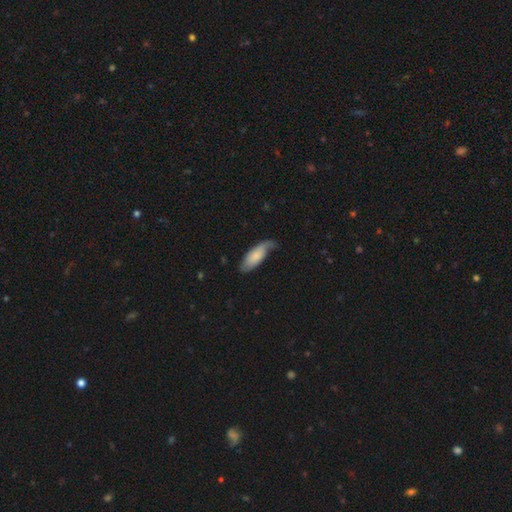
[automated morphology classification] Smooth or featured?
  - smooth: 70% *
  - featured or disk: 25%
  - star or artifact: 6%
How rounded?
  - in between: 75% *
  - cigar-shaped: 23%
  - round: 2%
Merging?
  - none: 46% *
  - minor disturbance: 36%
  - major disturbance: 15%
  - merger: 2%